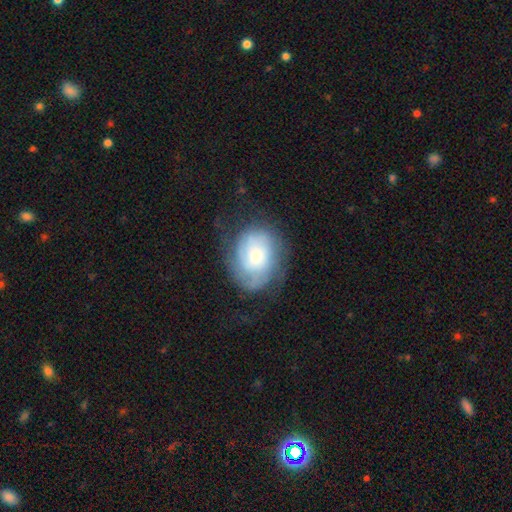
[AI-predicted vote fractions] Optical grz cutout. It shows a featured or disk galaxy (57%) with no bar (74%), spiral arms (81%) and a small central bulge (42%). Merging: none (58%).